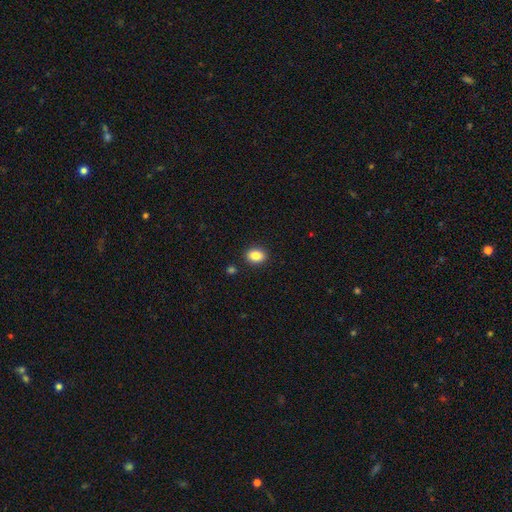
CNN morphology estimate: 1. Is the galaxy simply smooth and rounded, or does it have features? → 85% smooth, 9% star or artifact, 6% featured or disk.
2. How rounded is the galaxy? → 61% in between, 38% round, 1% cigar-shaped.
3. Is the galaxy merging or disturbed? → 89% none, 7% minor disturbance, 2% major disturbance, 2% merger.